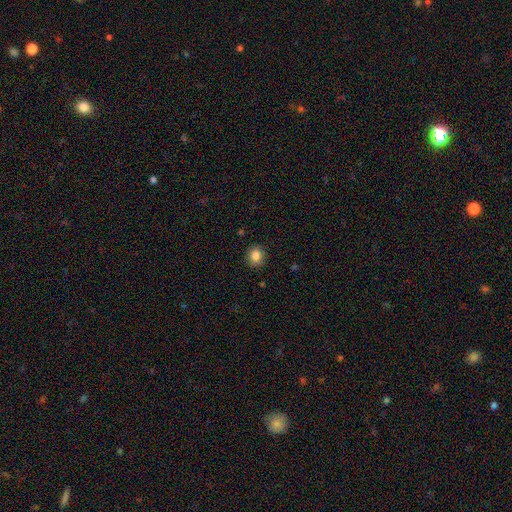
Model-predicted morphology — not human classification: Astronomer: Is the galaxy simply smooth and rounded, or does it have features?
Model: smooth — 84%.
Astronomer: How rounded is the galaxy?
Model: round — 73%.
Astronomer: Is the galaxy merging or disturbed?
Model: none — 90%.